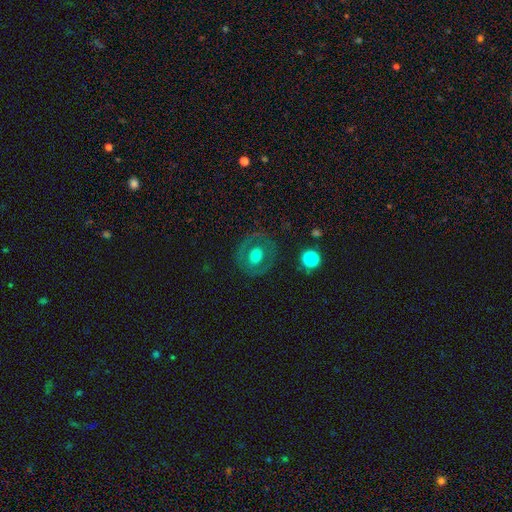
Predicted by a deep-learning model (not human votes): The model was most divided on "smooth or featured": featured or disk: 47%, smooth: 45%, star or artifact: 8%. More confident: merging — none (78%).